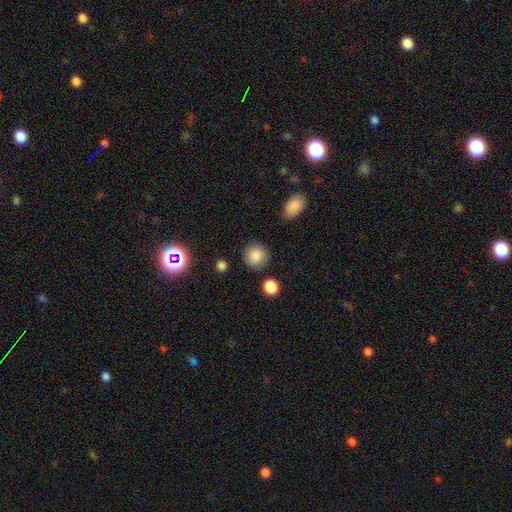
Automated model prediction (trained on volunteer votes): Overall: smooth (85%). How rounded: round (90%). Merging: none (83%).